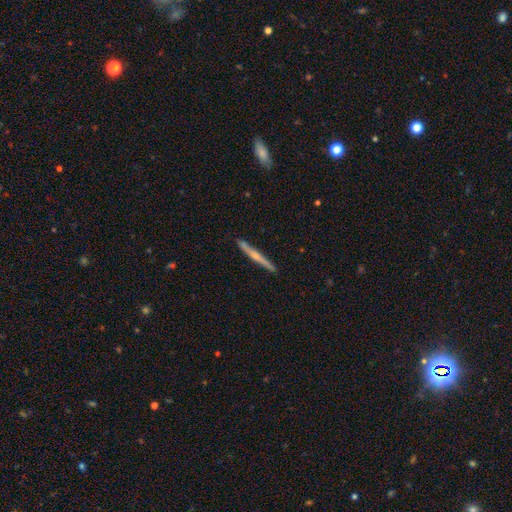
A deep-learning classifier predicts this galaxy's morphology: The model was most divided on "edge-on bulge": rounded: 59%, none: 33%, boxy: 8%. More confident: edge-on disk — yes (98%); merging — none (91%); smooth or featured — featured or disk (62%).